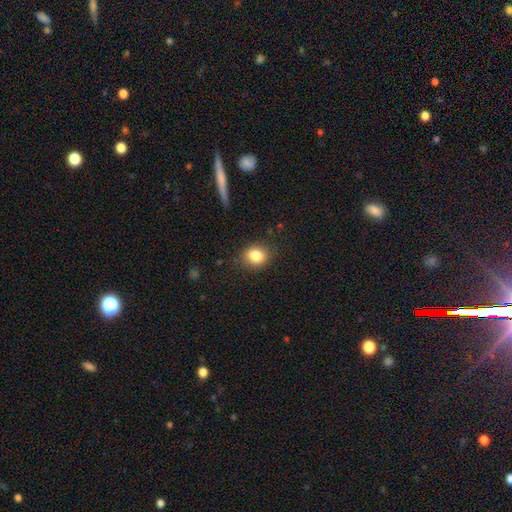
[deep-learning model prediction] A smooth galaxy with no disk features (84%) that is round (63%).

Vote fractions:
- Smooth or featured? smooth: 84% / star or artifact: 10% / featured or disk: 7%
- How rounded? round: 63% / in between: 35% / cigar-shaped: 1%
- Merging? none: 84% / minor disturbance: 11% / major disturbance: 3% / merger: 1%